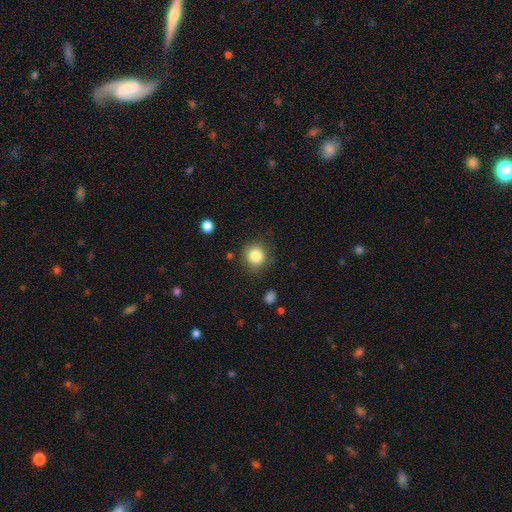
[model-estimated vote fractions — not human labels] Morphology: type=smooth (84%); roundness=round (89%); merging=none (82%).